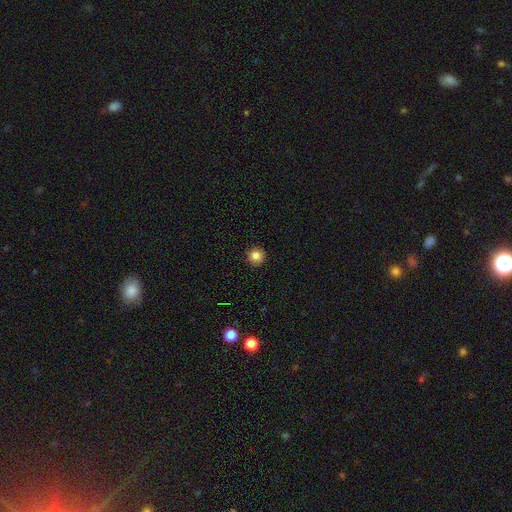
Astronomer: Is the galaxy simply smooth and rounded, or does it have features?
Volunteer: smooth — 85%.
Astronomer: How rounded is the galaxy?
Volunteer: round — 100%.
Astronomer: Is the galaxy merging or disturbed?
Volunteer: none — 97%.